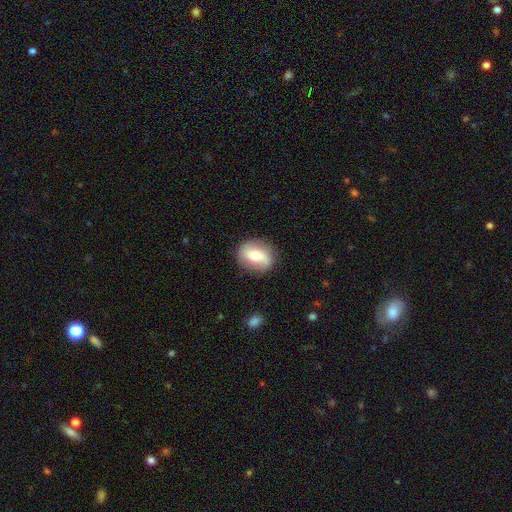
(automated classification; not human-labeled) Smooth or featured? Predicted: smooth (p=0.56). How rounded? Predicted: in between (p=0.53). Merging? Predicted: none (p=0.84).